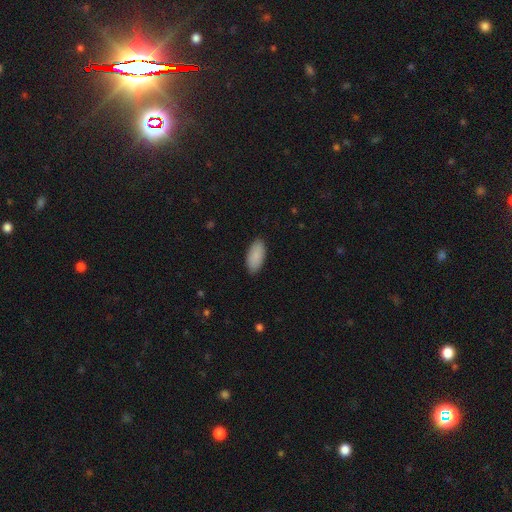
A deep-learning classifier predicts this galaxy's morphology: A smooth galaxy with no disk features (89%) that is in between round and cigar-shaped (93%). Merging: none (87%).